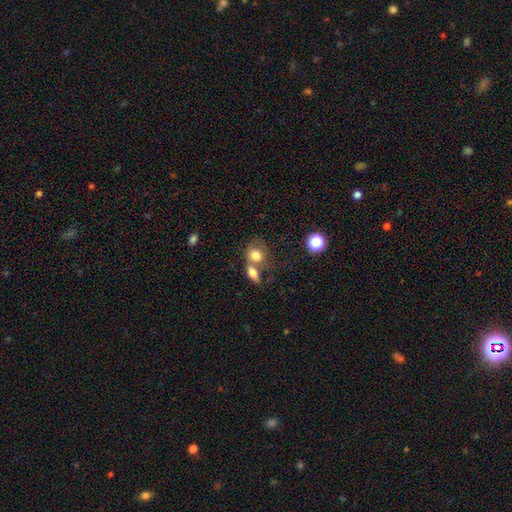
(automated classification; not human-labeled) Smooth or featured: smooth — 77% (featured or disk — 14%)
How rounded: round — 54% (in between — 44%)
Merging: merger — 49% (none — 35%)